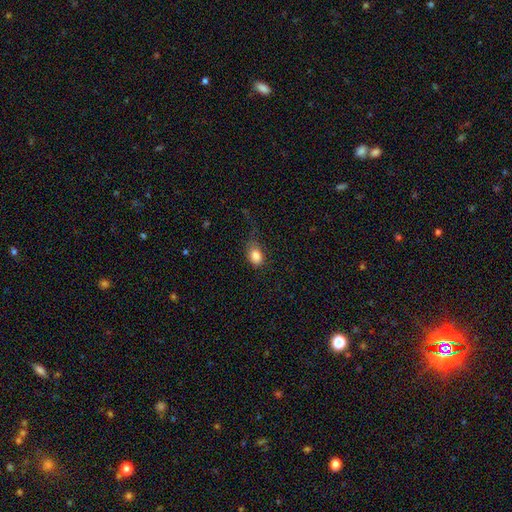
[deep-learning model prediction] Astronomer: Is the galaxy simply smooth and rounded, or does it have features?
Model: smooth — 85%.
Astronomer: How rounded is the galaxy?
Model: in between — 76%.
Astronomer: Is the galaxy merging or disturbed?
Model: none — 57%.